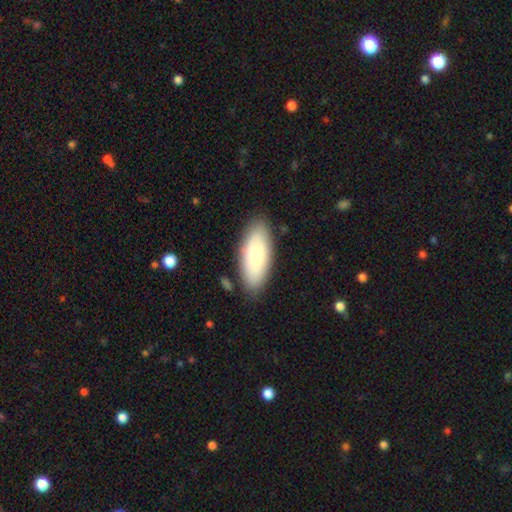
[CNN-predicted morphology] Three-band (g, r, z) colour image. It shows a smooth galaxy with no disk features (74%) that is in between round and cigar-shaped (86%). Merging: none (83%).